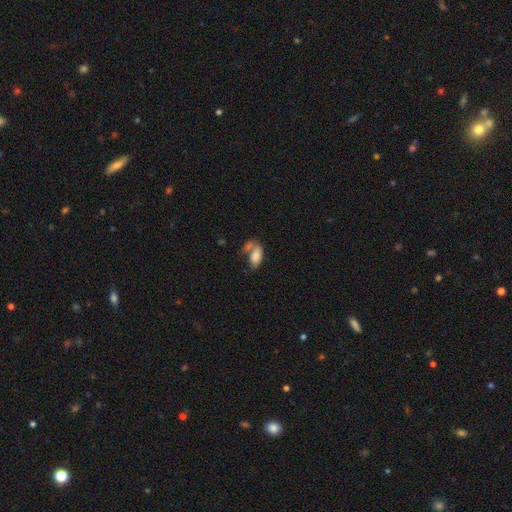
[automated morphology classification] Smooth or featured: smooth — 79% (featured or disk — 13%)
How rounded: in between — 91% (round — 5%)
Merging: merger — 40% (none — 30%)